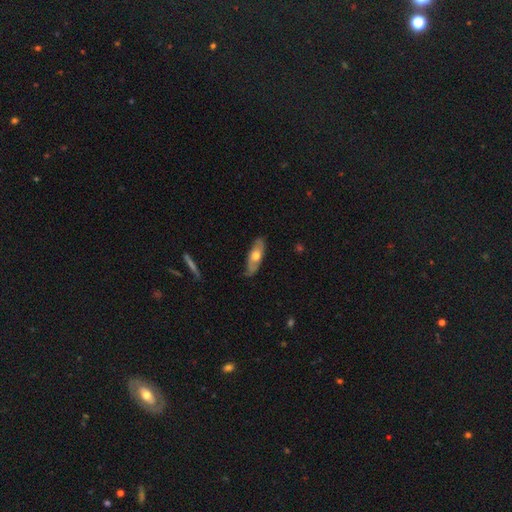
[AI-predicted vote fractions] Smooth or featured? Predicted: featured or disk (p=0.50). Edge-on disk? Predicted: no (p=0.61). Merging? Predicted: none (p=0.80).